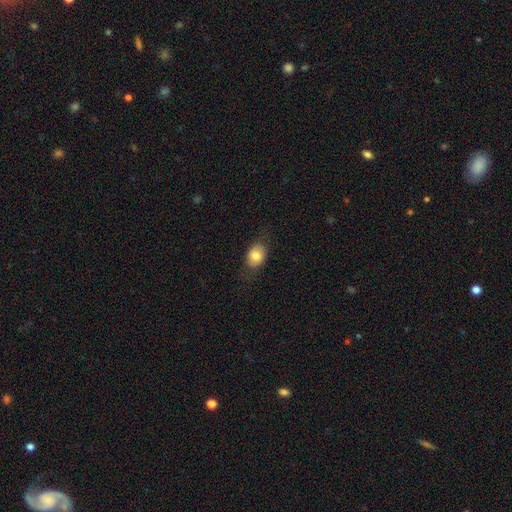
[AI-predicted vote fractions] smooth-or-featured: smooth: 78% | featured or disk: 14% | star or artifact: 8%
  how-rounded: in between: 68% | round: 31% | cigar-shaped: 1%
  merging: none: 76% | minor disturbance: 17% | major disturbance: 6% | merger: 1%